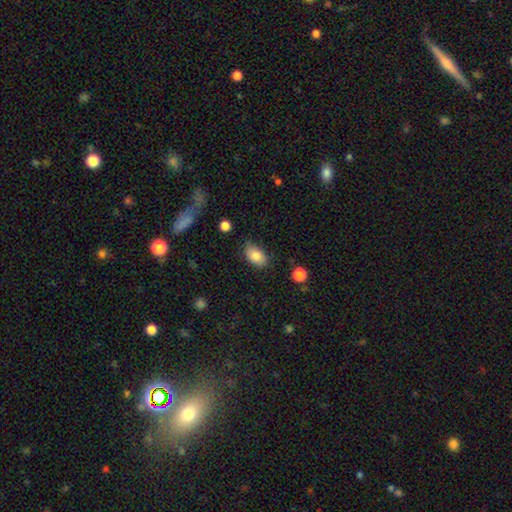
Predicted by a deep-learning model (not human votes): smooth_or_featured: smooth (p=0.83) [alt: featured or disk p=0.09]
how_rounded: in between (p=0.90) [alt: round p=0.08]
merging: none (p=0.75) [alt: minor disturbance p=0.20]